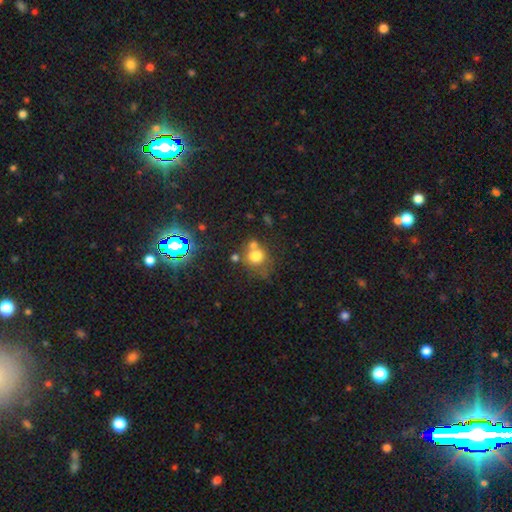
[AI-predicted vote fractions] Smooth or featured? smooth (73%)
How rounded? round (82%)
Merging? none (50%)